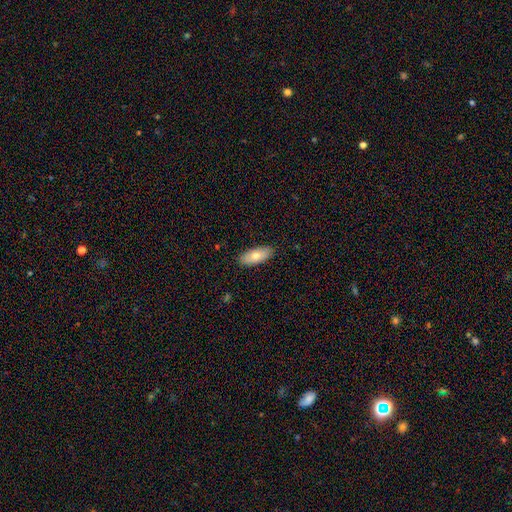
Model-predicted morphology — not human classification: smooth_or_featured: smooth (p=0.76) [alt: featured or disk p=0.17]
how_rounded: in between (p=0.84) [alt: cigar-shaped p=0.14]
merging: none (p=0.88) [alt: minor disturbance p=0.09]